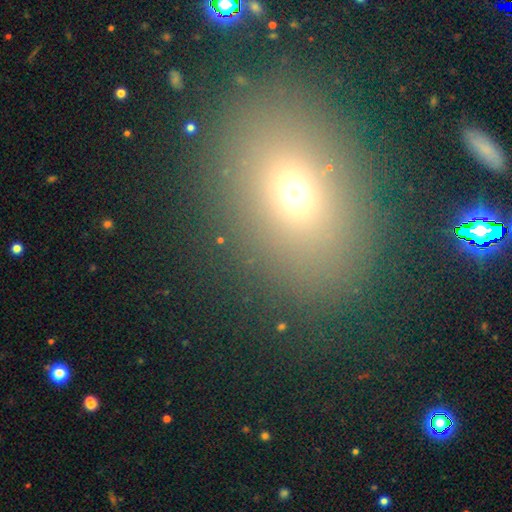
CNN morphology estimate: A smooth galaxy with no disk features (65%) that is in between round and cigar-shaped (62%).

Vote fractions:
- Smooth or featured? smooth: 65% / star or artifact: 24% / featured or disk: 12%
- How rounded? in between: 62% / round: 36% / cigar-shaped: 2%
- Merging? none: 85% / minor disturbance: 8% / major disturbance: 4% / merger: 3%